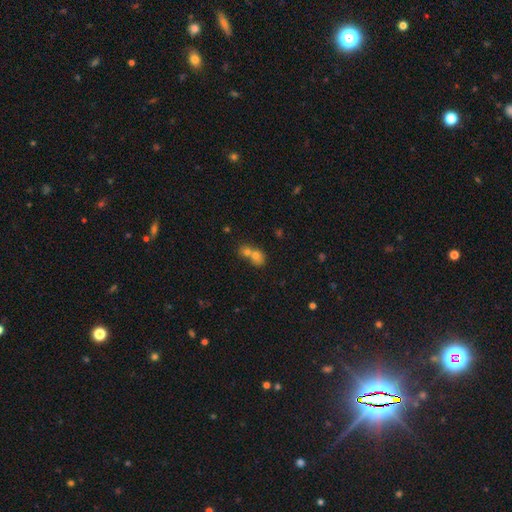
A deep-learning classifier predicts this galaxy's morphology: smooth-or-featured: smooth: 70% | featured or disk: 17% | star or artifact: 13%
  how-rounded: round: 60% | in between: 38% | cigar-shaped: 1%
  merging: merger: 68% | none: 23% | minor disturbance: 6% | major disturbance: 3%